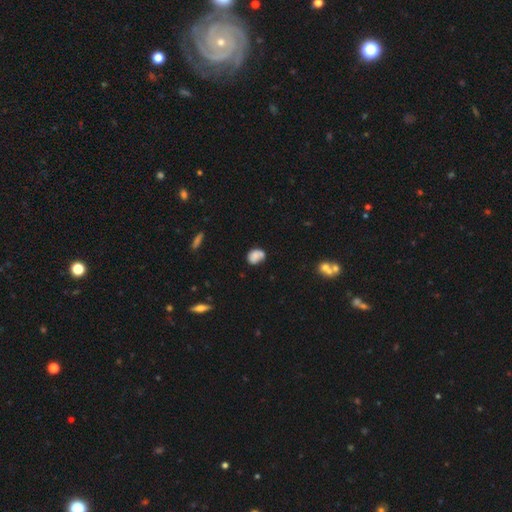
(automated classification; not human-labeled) Smooth or featured? Predicted: smooth (p=0.73). How rounded? Predicted: in between (p=0.61). Merging? Predicted: none (p=0.48).